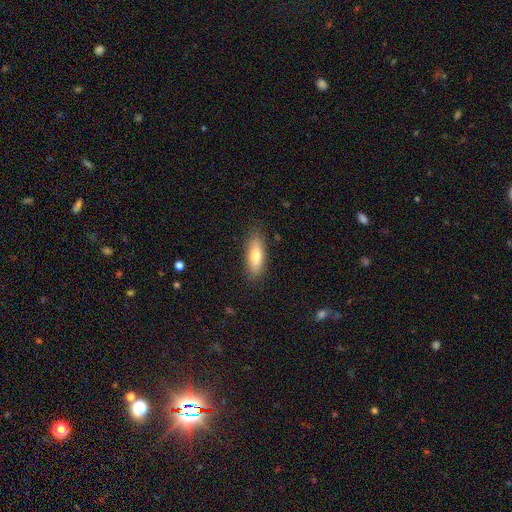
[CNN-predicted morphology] smooth-or-featured: smooth: 74% | featured or disk: 19% | star or artifact: 7%
  how-rounded: in between: 62% | cigar-shaped: 36% | round: 2%
  merging: none: 86% | minor disturbance: 11% | major disturbance: 2% | merger: 1%